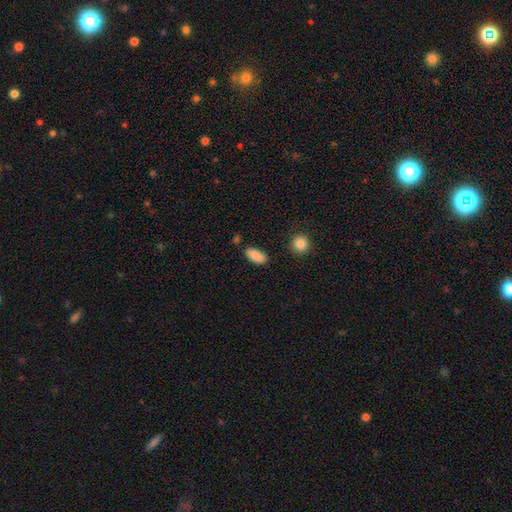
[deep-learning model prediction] Smooth or featured? Predicted: smooth (p=0.89). How rounded? Predicted: in between (p=0.90). Merging? Predicted: none (p=0.84).